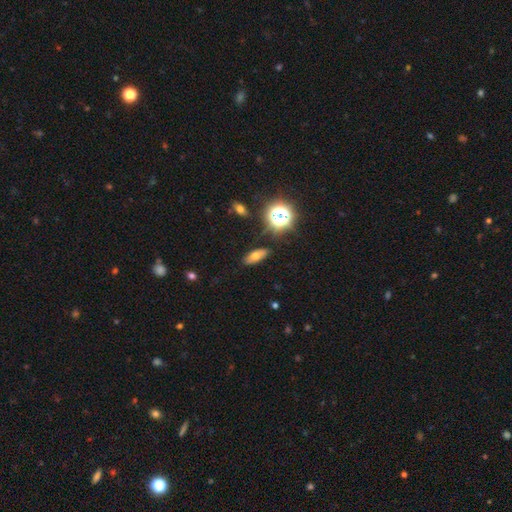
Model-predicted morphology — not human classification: Smooth or featured?
  - smooth: 59% *
  - star or artifact: 21%
  - featured or disk: 20%
How rounded?
  - in between: 72% *
  - cigar-shaped: 18%
  - round: 10%
Merging?
  - none: 84% *
  - minor disturbance: 11%
  - major disturbance: 3%
  - merger: 2%